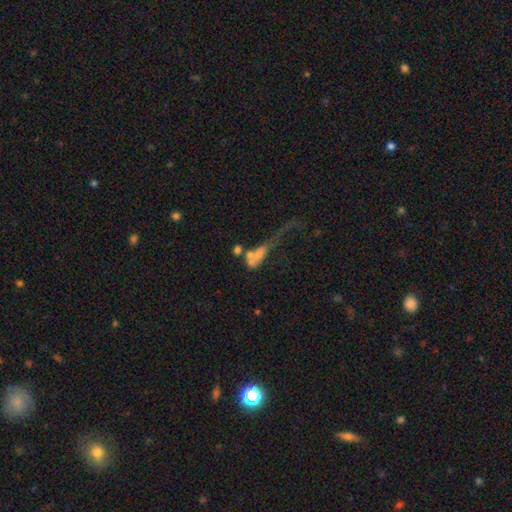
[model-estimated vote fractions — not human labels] This appears to be a smooth galaxy with no disk features (50%). Merging: merger (41%).